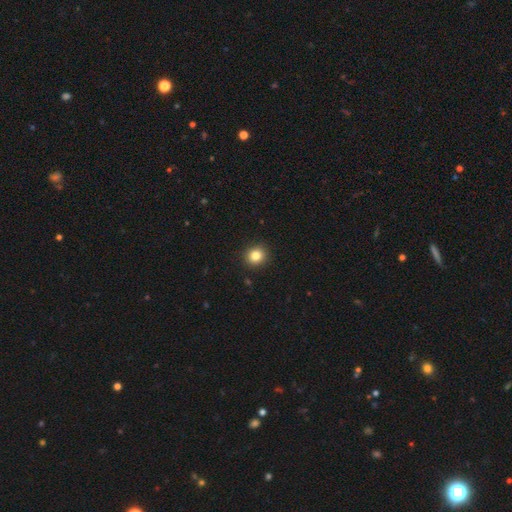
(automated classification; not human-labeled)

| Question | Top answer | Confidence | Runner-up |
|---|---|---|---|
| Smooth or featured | smooth | 83% | star or artifact (11%) |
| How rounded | round | 84% | in between (15%) |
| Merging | none | 92% | minor disturbance (6%) |